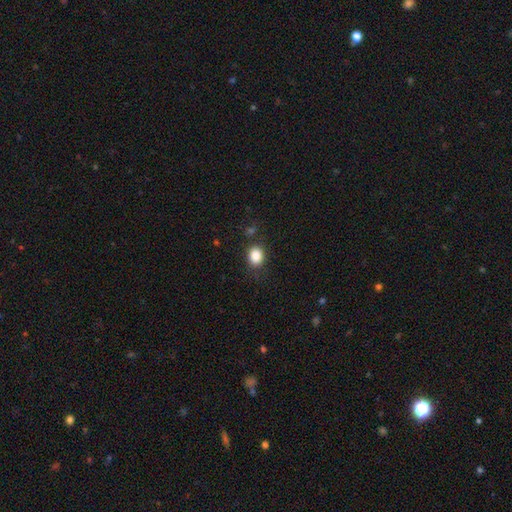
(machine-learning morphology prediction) type=smooth (86%); roundness=in between (50%); merging=none (81%).